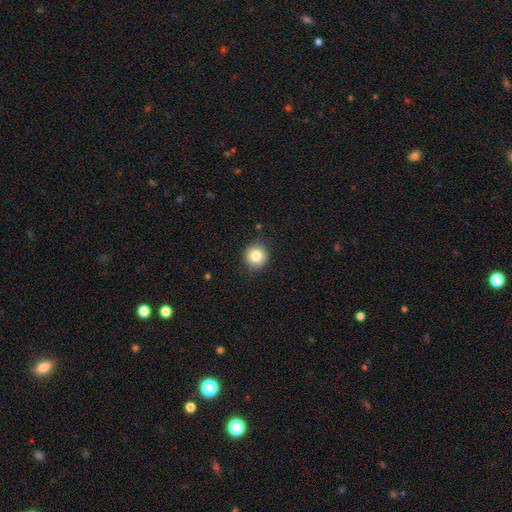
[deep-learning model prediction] Smooth or featured: smooth — 82% (star or artifact — 10%)
How rounded: round — 92% (in between — 7%)
Merging: none — 88% (minor disturbance — 9%)